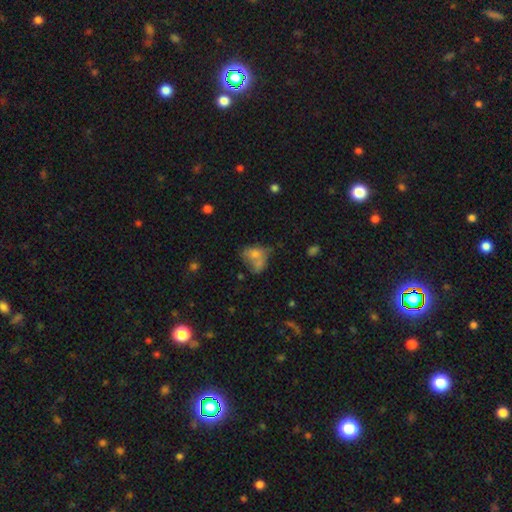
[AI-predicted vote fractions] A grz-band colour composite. It shows a smooth galaxy with no disk features (63%) that is in between round and cigar-shaped (63%). Merging: merger (34%).